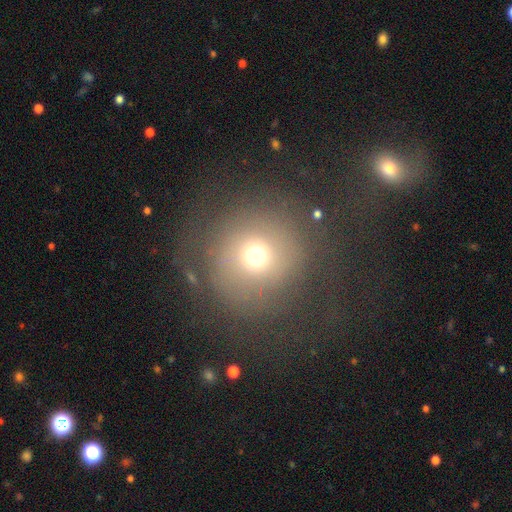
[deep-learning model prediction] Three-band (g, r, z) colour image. It shows a smooth galaxy with no disk features (64%) that is round (92%). Merging: none (69%).